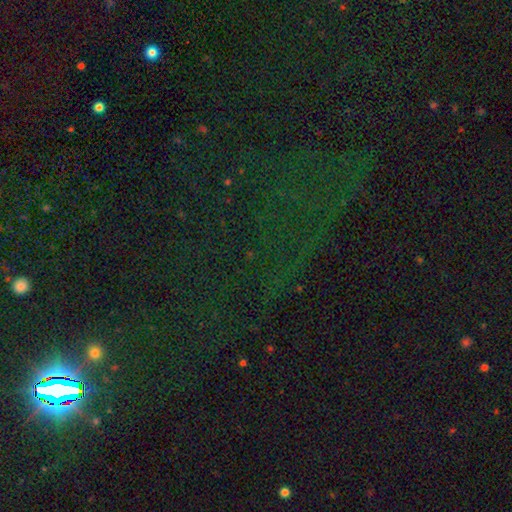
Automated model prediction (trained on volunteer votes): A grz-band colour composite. It shows a star or artifact, not a galaxy (79%).